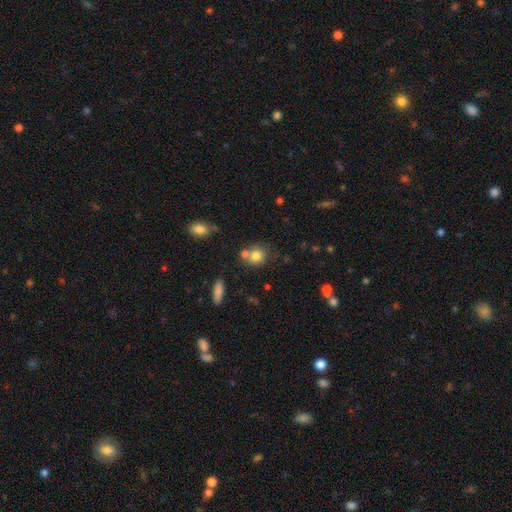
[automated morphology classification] smooth 78%, featured or disk 11%, star or artifact 11%. Down the decision tree: how rounded — round (82%); merging — none (55%).